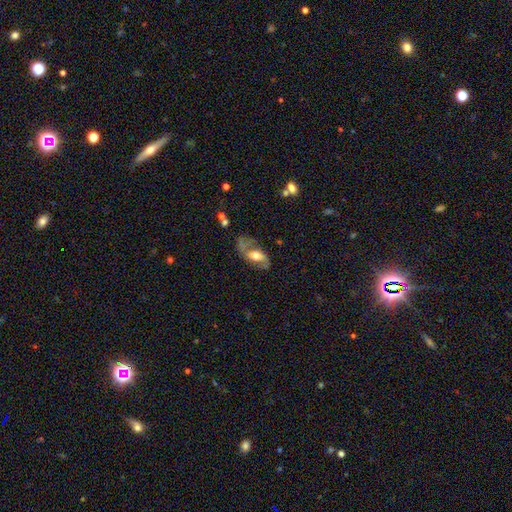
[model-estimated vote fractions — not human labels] Q: Smooth or featured?
A: featured or disk (78%); runner-up: smooth (15%)
Q: Edge-on disk?
A: no (94%); runner-up: yes (6%)
Q: Bar?
A: no (41%); runner-up: weak (40%)
Q: Spiral arms?
A: yes (90%); runner-up: no (10%)
Q: Spiral winding?
A: loose (65%); runner-up: medium (28%)
Q: Spiral arm count?
A: 2 (89%); runner-up: 1 (4%)
Q: Bulge size?
A: moderate (66%); runner-up: large (18%)
Q: Merging?
A: none (60%); runner-up: minor disturbance (20%)